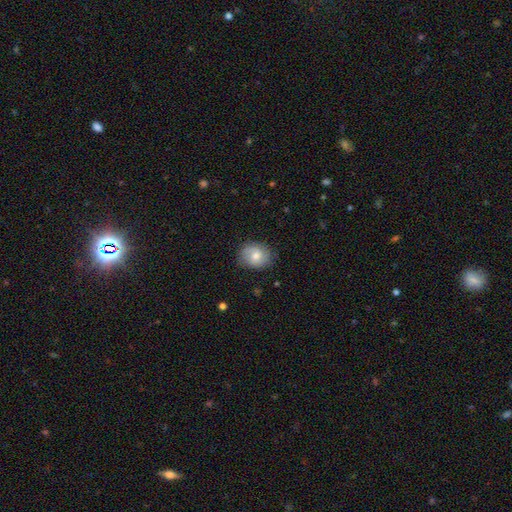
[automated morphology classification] Smooth or featured? Predicted: smooth (p=0.56). How rounded? Predicted: round (p=0.56). Merging? Predicted: none (p=0.78).